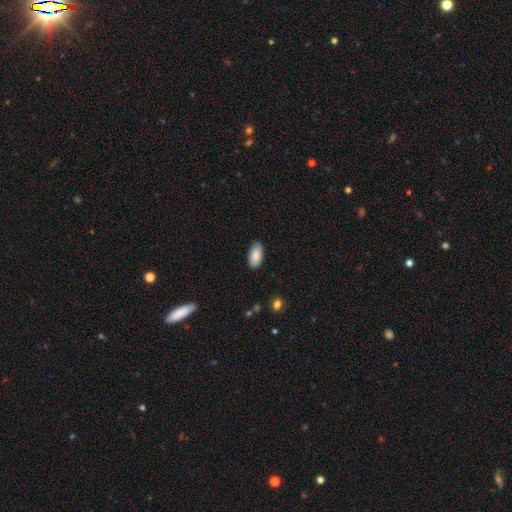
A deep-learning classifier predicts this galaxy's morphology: Q: Smooth or featured?
A: smooth (88%); runner-up: star or artifact (6%)
Q: How rounded?
A: in between (94%); runner-up: cigar-shaped (4%)
Q: Merging?
A: none (88%); runner-up: minor disturbance (9%)